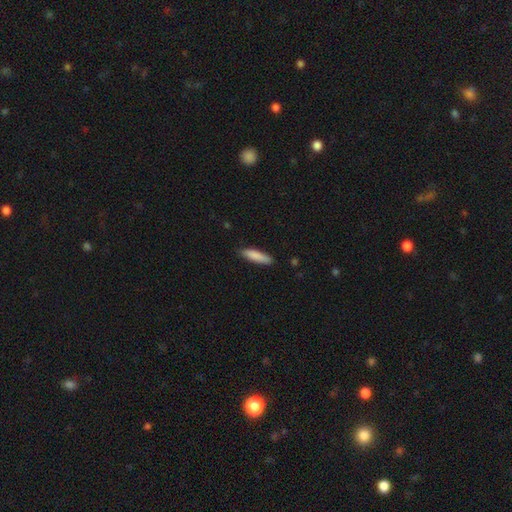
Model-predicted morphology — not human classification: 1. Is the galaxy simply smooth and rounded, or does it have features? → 87% smooth, 8% featured or disk, 6% star or artifact.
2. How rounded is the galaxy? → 74% cigar-shaped, 25% in between, 1% round.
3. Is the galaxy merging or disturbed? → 85% none, 12% minor disturbance, 2% major disturbance, 1% merger.